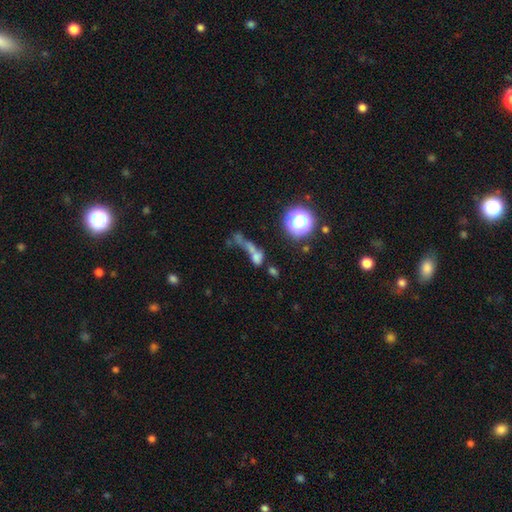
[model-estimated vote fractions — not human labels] Smooth or featured? Predicted: smooth (p=0.50). Merging? Predicted: merger (p=0.45).